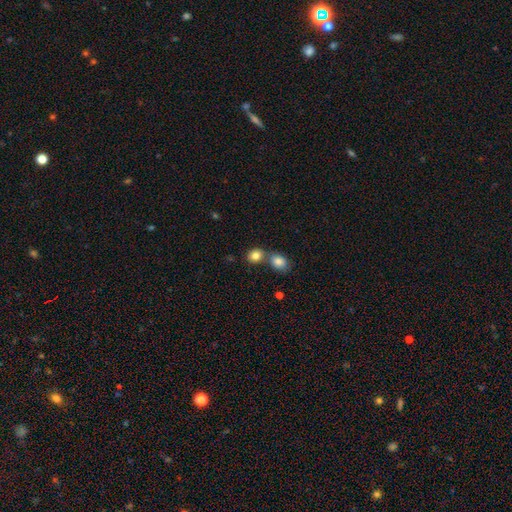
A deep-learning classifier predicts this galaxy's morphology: Smooth or featured? Predicted: smooth (p=0.83). How rounded? Predicted: round (p=0.63). Merging? Predicted: none (p=0.48).